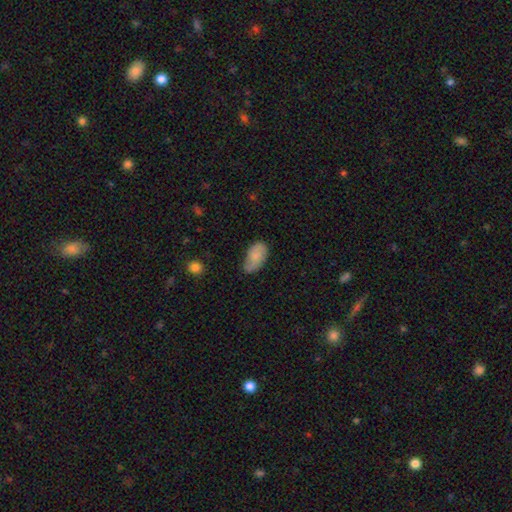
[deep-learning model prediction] This appears to be a smooth galaxy with no disk features (76%) that is in between round and cigar-shaped (94%). Merging: none (53%).